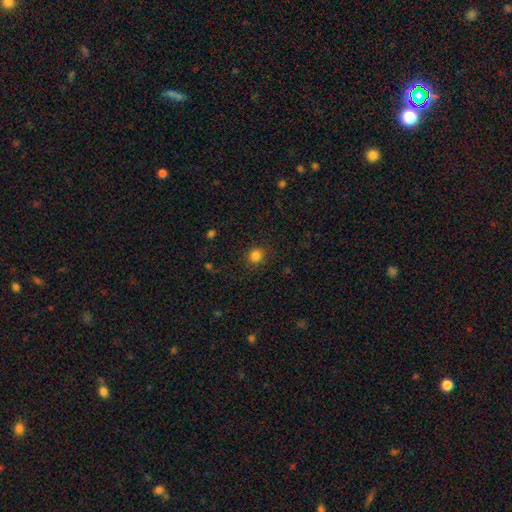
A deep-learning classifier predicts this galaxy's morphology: Smooth or featured?
  - smooth: 84% *
  - star or artifact: 12%
  - featured or disk: 4%
How rounded?
  - round: 88% *
  - in between: 11%
  - cigar-shaped: 1%
Merging?
  - none: 89% *
  - minor disturbance: 7%
  - major disturbance: 3%
  - merger: 1%